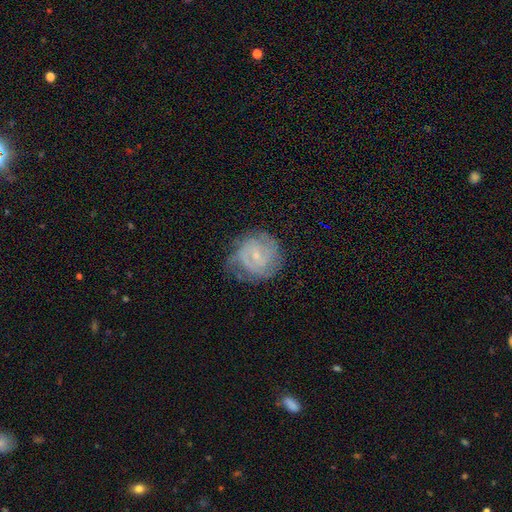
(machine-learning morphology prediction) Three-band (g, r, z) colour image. It shows a featured or disk galaxy (72%) with no bar (52%), tight (58%) spiral arms (87%) and a small central bulge (75%). Merging: none (61%).